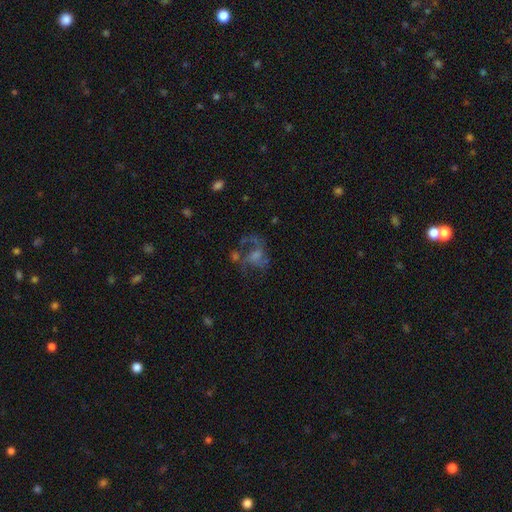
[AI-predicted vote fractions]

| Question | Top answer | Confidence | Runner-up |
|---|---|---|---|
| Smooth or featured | featured or disk | 64% | star or artifact (19%) |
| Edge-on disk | no | 97% | yes (3%) |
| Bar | no | 64% | weak (30%) |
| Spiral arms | yes | 75% | no (25%) |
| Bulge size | moderate | 34% | small (32%) |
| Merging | none | 42% | major disturbance (32%) |